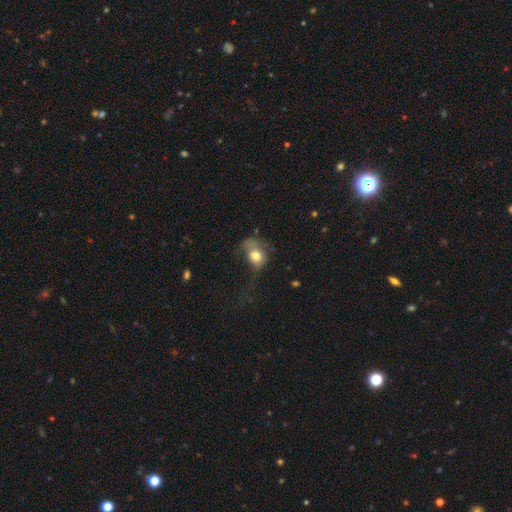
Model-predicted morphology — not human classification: smooth-or-featured: smooth: 69% | featured or disk: 22% | star or artifact: 10%
  how-rounded: in between: 54% | round: 44% | cigar-shaped: 1%
  merging: major disturbance: 50% | minor disturbance: 23% | none: 22% | merger: 5%